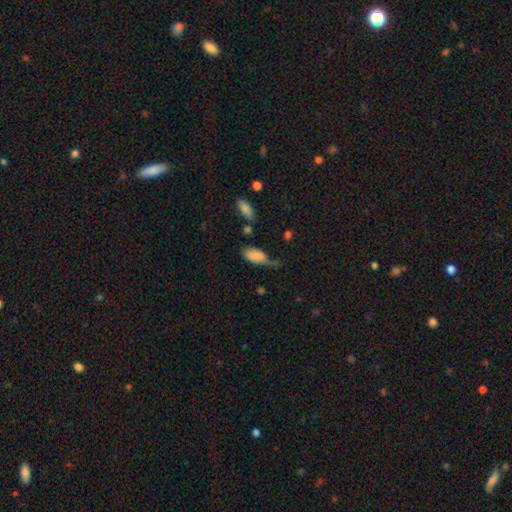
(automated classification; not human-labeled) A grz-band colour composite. It shows a smooth galaxy with no disk features (80%) that is in between round and cigar-shaped (91%). Merging: minor disturbance (33%, tied with major disturbance).